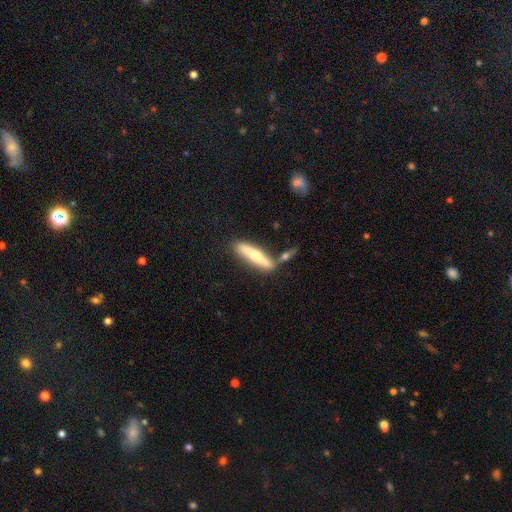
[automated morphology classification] smooth-or-featured: featured or disk: 48% | smooth: 47% | star or artifact: 5%
  merging: none: 69% | merger: 15% | minor disturbance: 13% | major disturbance: 4%